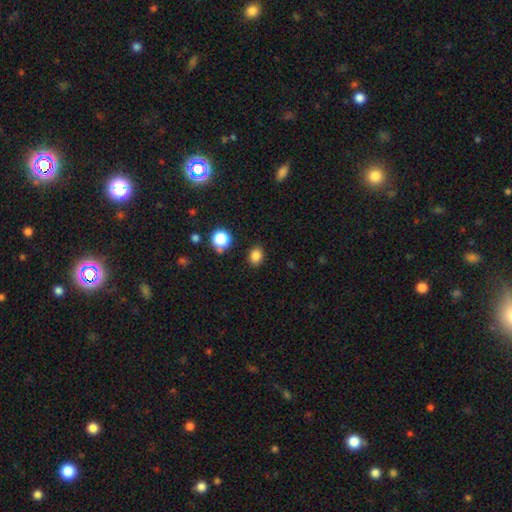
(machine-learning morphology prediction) A smooth galaxy with no disk features (84%) that is in between round and cigar-shaped (51%). Merging: none (86%).